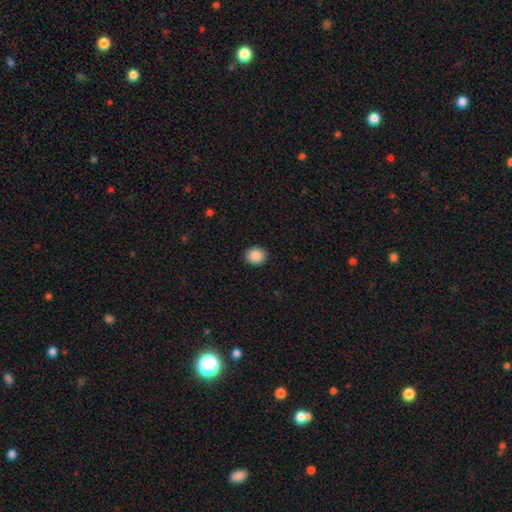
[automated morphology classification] Smooth or featured: smooth — 88% (star or artifact — 8%)
How rounded: round — 69% (in between — 30%)
Merging: none — 91% (minor disturbance — 6%)